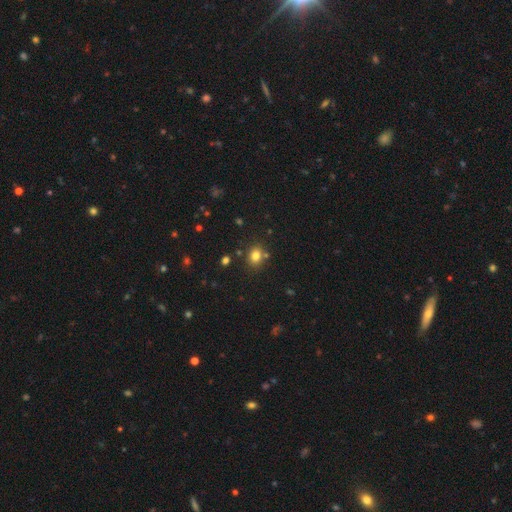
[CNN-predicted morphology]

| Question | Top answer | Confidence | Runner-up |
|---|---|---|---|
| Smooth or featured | smooth | 79% | star or artifact (14%) |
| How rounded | round | 56% | in between (43%) |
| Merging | none | 77% | minor disturbance (11%) |